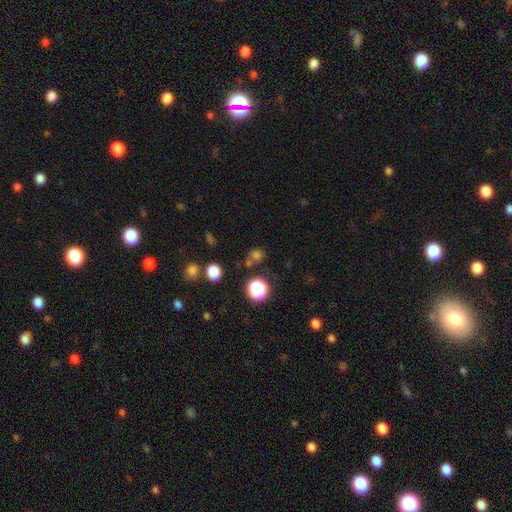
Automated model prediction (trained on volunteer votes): smooth_or_featured: smooth (p=0.62) [alt: star or artifact p=0.32]
how_rounded: round (p=0.82) [alt: in between p=0.17]
merging: none (p=0.74) [alt: merger p=0.11]